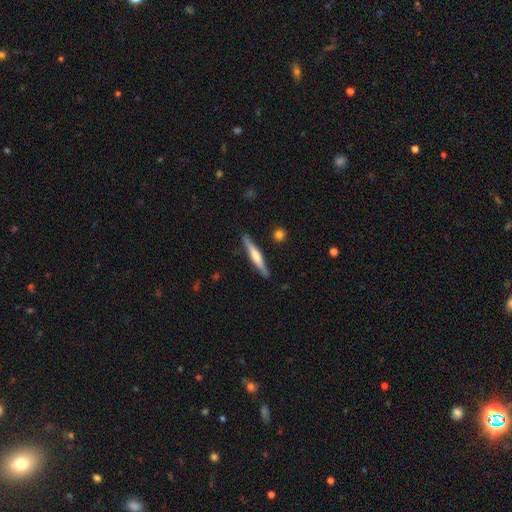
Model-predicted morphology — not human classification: smooth_or_featured: featured or disk (p=0.53) [alt: smooth p=0.41]
disk_edge_on: yes (p=0.96) [alt: no p=0.04]
edge_on_bulge: rounded (p=0.64) [alt: boxy p=0.18]
merging: none (p=0.88) [alt: minor disturbance p=0.09]